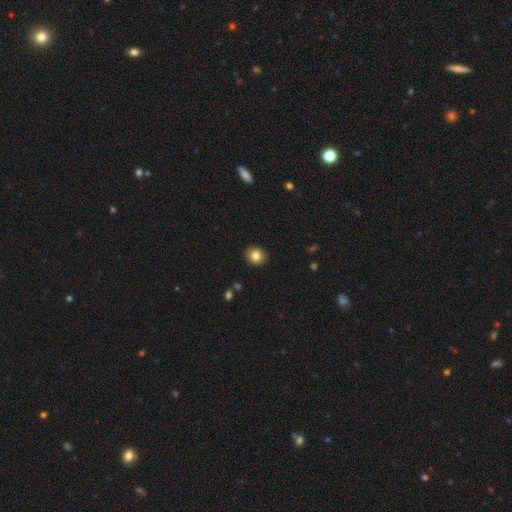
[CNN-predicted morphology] Smooth or featured?
  - smooth: 82% *
  - star or artifact: 9%
  - featured or disk: 8%
How rounded?
  - round: 76% *
  - in between: 23%
  - cigar-shaped: 1%
Merging?
  - none: 91% *
  - minor disturbance: 6%
  - major disturbance: 2%
  - merger: 1%